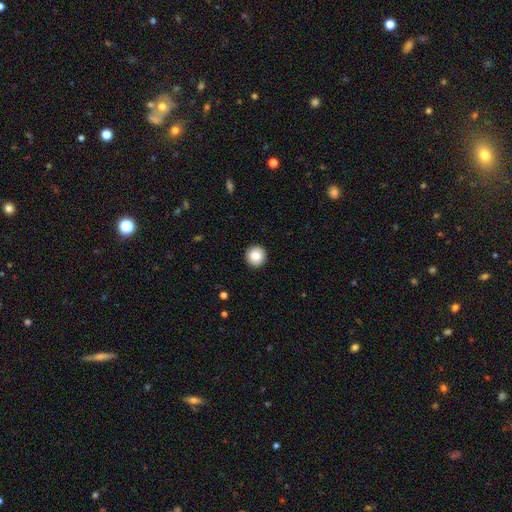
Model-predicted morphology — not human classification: Smooth or featured? Predicted: smooth (p=0.83). How rounded? Predicted: round (p=0.95). Merging? Predicted: none (p=0.92).